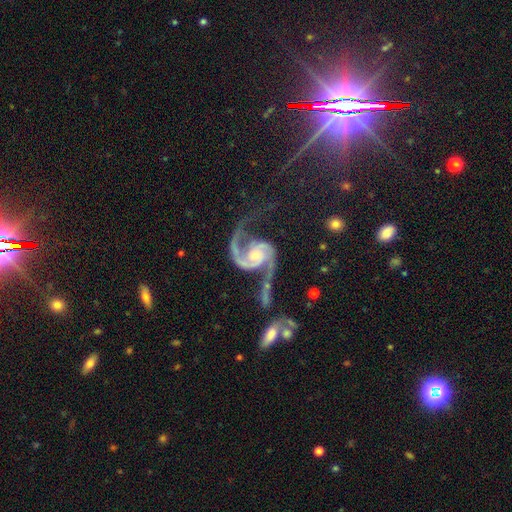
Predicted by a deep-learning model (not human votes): Smooth or featured? featured or disk (93%)
Edge-on disk? no (98%)
Bar? no (62%)
Spiral arms? yes (98%)
Spiral winding? medium (51%)
Spiral arm count? 2 (93%)
Bulge size? small (51%)
Merging? none (46%)